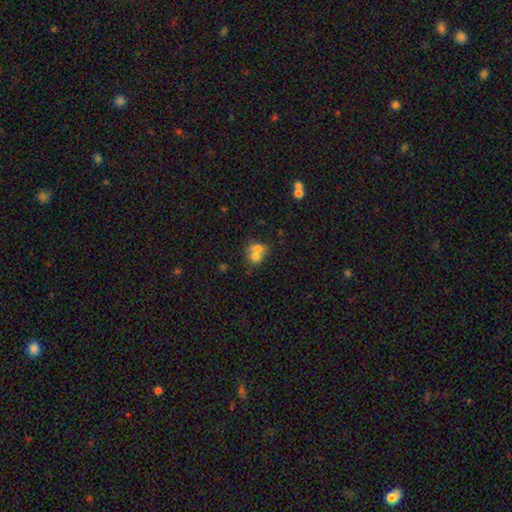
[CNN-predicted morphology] Q: Smooth or featured?
A: smooth (68%); runner-up: featured or disk (22%)
Q: How rounded?
A: round (62%); runner-up: in between (37%)
Q: Merging?
A: merger (68%); runner-up: none (22%)